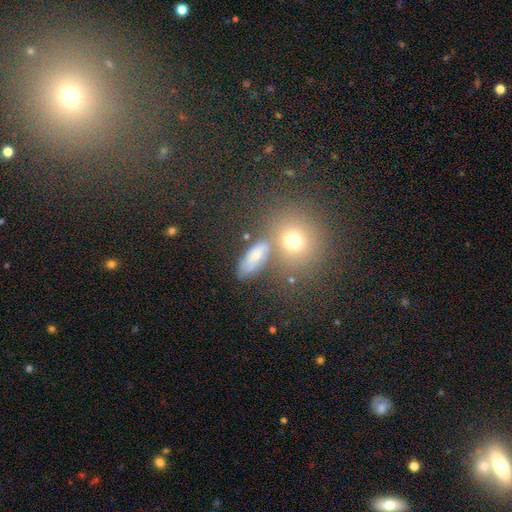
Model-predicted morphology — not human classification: Smooth or featured? smooth (62%)
How rounded? in between (59%)
Merging? none (60%)